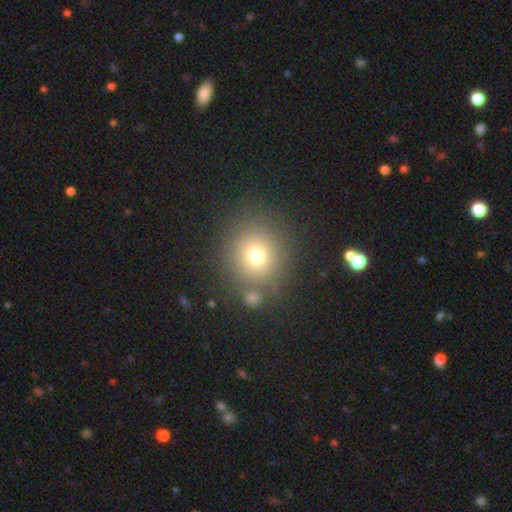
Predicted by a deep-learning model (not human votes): Q: Smooth or featured?
A: smooth (72%); runner-up: star or artifact (17%)
Q: How rounded?
A: round (89%); runner-up: in between (10%)
Q: Merging?
A: none (80%); runner-up: minor disturbance (9%)